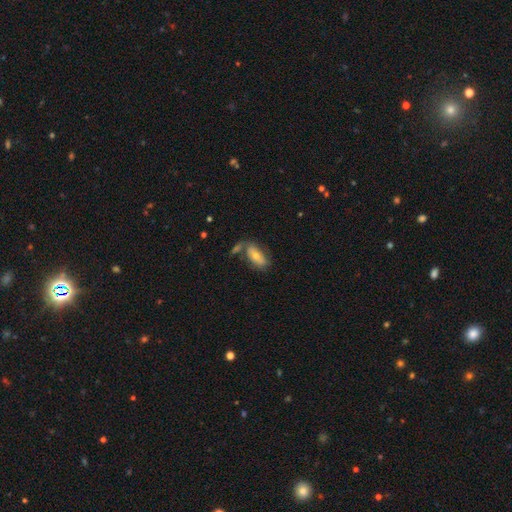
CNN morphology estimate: This is possibly a smooth galaxy (55%). How rounded: clearly in between (84%). Merging: possibly none (54%).